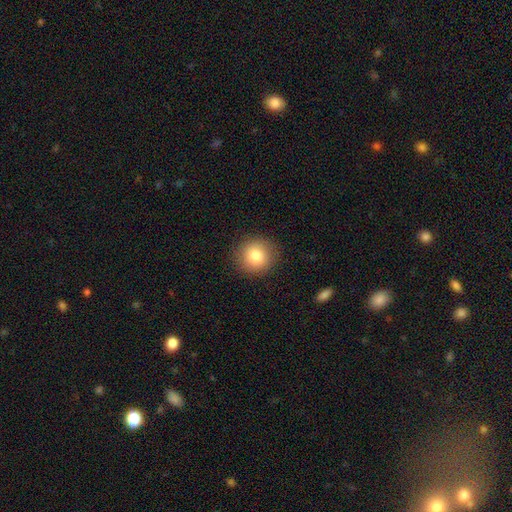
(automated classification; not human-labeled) smooth 83%, star or artifact 9%, featured or disk 8%. Down the decision tree: how rounded — round (90%); merging — none (89%).